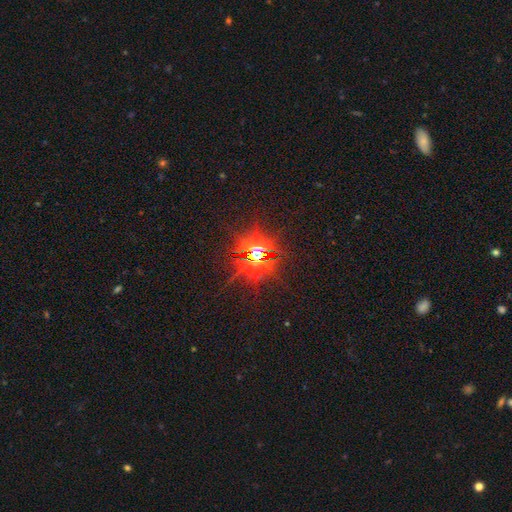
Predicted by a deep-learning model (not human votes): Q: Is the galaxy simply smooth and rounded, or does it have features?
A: star or artifact — 78%.